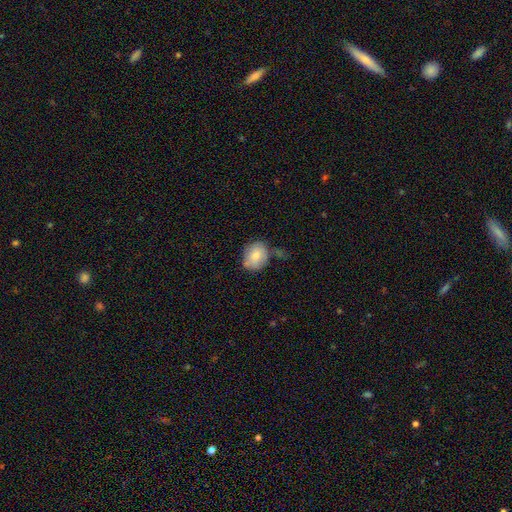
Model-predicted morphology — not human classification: A smooth galaxy with no disk features (77%) that is round (56%). Merging: none (57%).